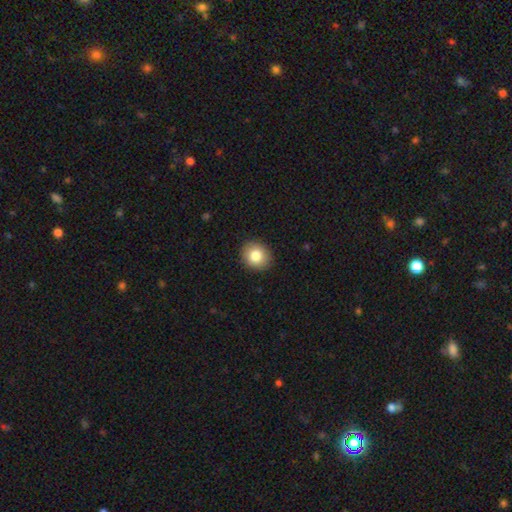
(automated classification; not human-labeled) A smooth galaxy with no disk features (82%) that is round (75%). Merging: none (91%).